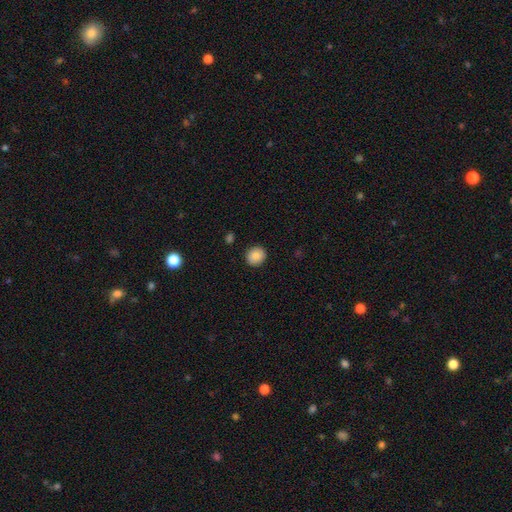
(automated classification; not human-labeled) Morphology: type=smooth (83%); roundness=round (90%); merging=none (90%).